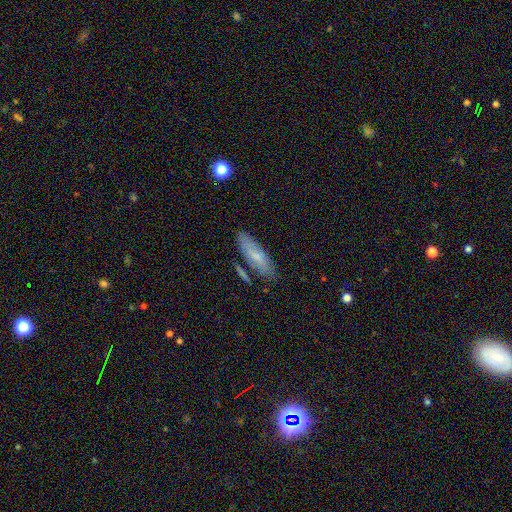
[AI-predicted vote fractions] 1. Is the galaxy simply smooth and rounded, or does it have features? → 60% smooth, 32% featured or disk, 7% star or artifact.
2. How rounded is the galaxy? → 53% in between, 45% cigar-shaped, 2% round.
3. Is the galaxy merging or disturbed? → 74% none, 17% minor disturbance, 6% merger, 4% major disturbance.